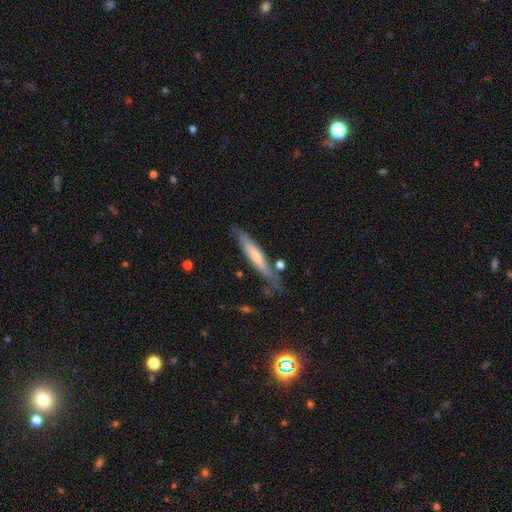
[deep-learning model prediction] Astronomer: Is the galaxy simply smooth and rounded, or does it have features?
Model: featured or disk — 50% (runner-up: smooth, 44%).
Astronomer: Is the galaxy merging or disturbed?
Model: none — 73%.